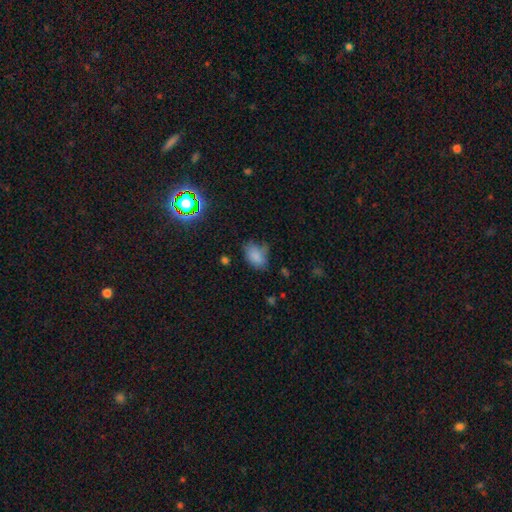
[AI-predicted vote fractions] This is likely a smooth galaxy (80%). How rounded: likely in between (80%). Merging: possibly none (55%).